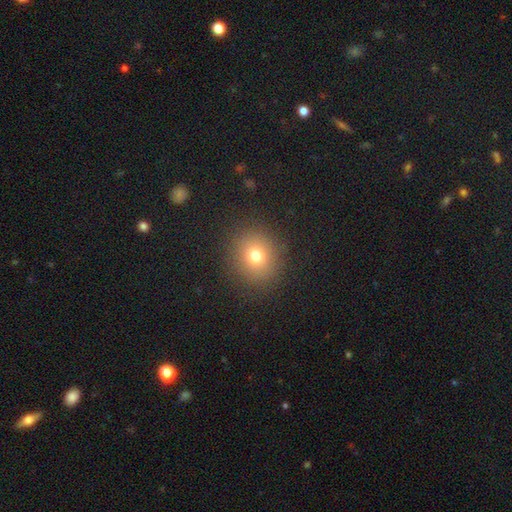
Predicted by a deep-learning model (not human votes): Smooth or featured? Predicted: smooth (p=0.74). How rounded? Predicted: round (p=0.84). Merging? Predicted: none (p=0.88).